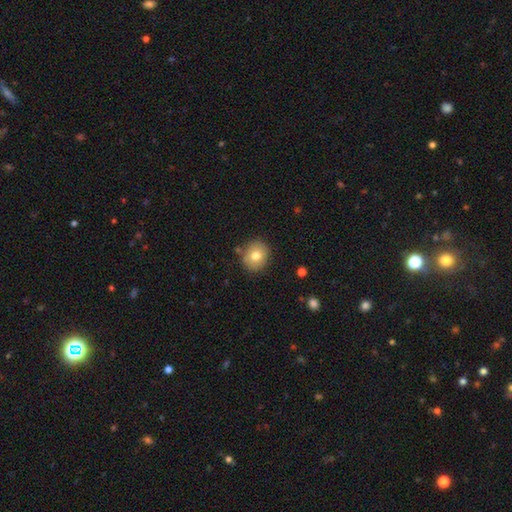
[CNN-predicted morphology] The model was most divided on "how rounded": round: 75%, in between: 24%, cigar-shaped: 1%. More confident: merging — none (84%); smooth or featured — smooth (75%).